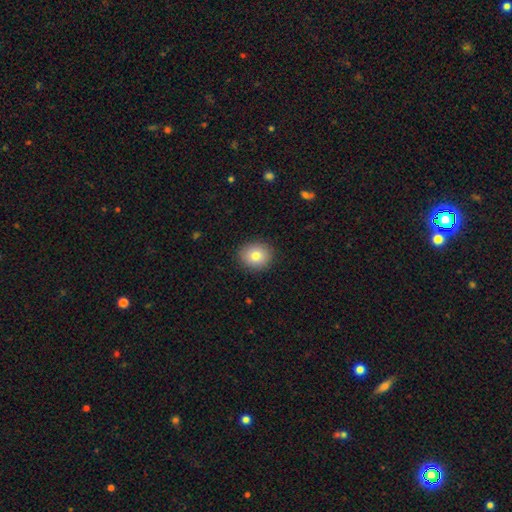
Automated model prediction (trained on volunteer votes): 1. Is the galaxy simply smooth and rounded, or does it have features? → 80% smooth, 10% featured or disk, 10% star or artifact.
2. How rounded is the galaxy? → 71% round, 28% in between, 1% cigar-shaped.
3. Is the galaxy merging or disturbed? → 90% none, 7% minor disturbance, 2% major disturbance, 1% merger.